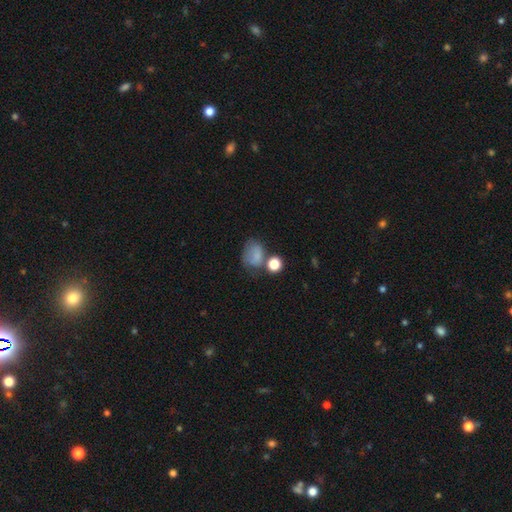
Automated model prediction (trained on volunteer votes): This is likely a smooth galaxy (73%). How rounded: likely in between (61%). Merging: marginally none (38%).